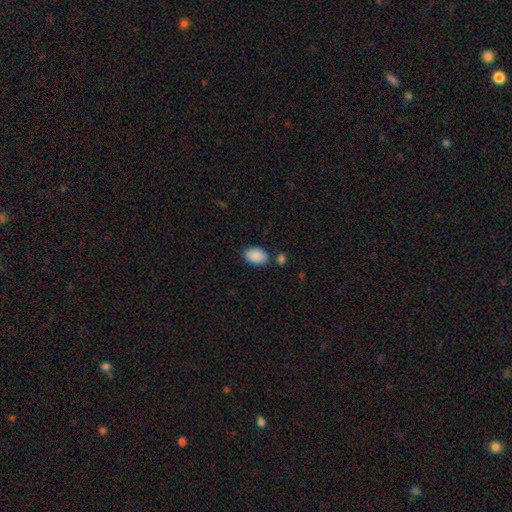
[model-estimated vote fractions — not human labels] Q: Smooth or featured?
A: smooth (90%); runner-up: star or artifact (7%)
Q: How rounded?
A: in between (88%); runner-up: round (11%)
Q: Merging?
A: none (76%); runner-up: minor disturbance (14%)